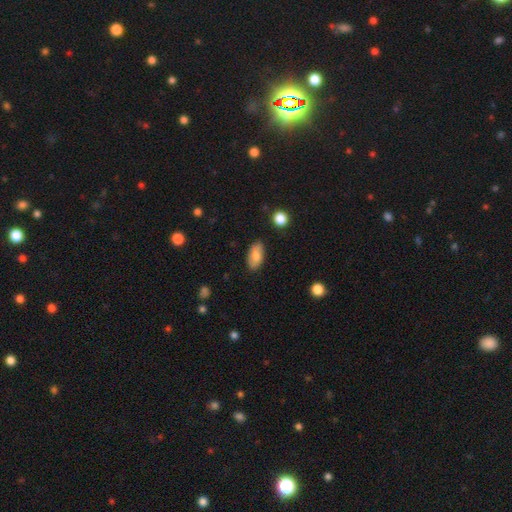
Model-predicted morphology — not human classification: This is likely a smooth galaxy (78%). How rounded: clearly in between (91%). Merging: clearly none (83%).